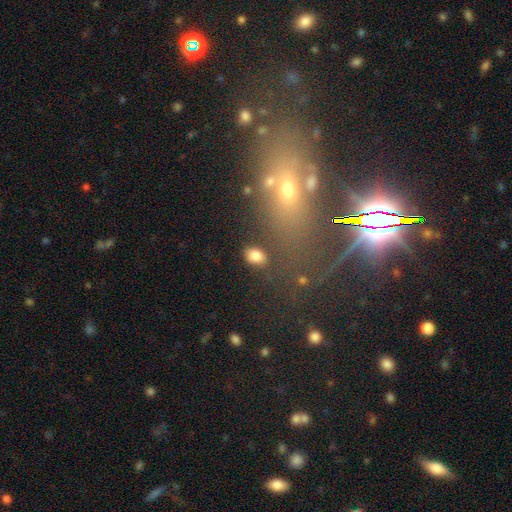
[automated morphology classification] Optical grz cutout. It shows a smooth galaxy with no disk features (83%) that is in between round and cigar-shaped (80%). Merging: none (80%).